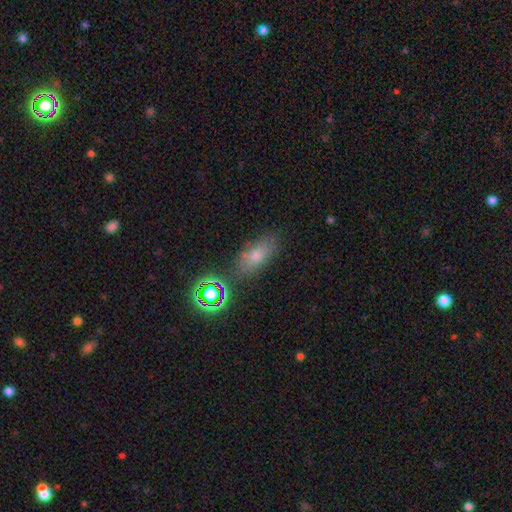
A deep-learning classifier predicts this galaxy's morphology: A smooth galaxy with no disk features (61%) that is in between round and cigar-shaped (79%). Merging: none (76%).